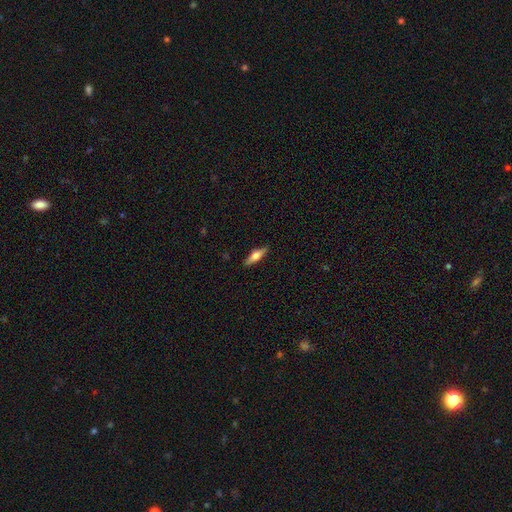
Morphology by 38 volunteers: Overall: featured or disk (61%; smooth 29%). Edge-on disk: yes (100%). Edge-on bulge: rounded (100%). Merging: none (97%).